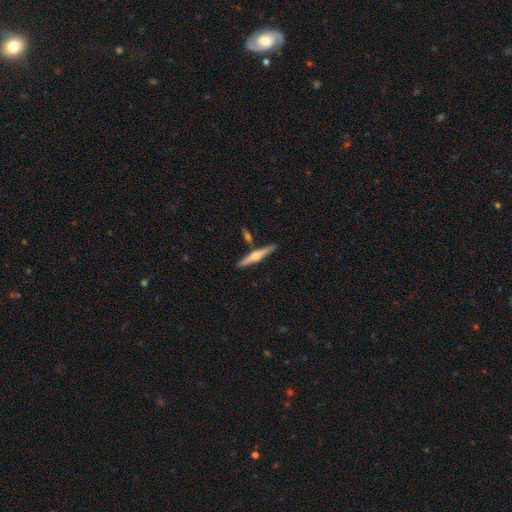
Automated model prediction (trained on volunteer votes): Q: Smooth or featured?
A: featured or disk (72%); runner-up: smooth (23%)
Q: Edge-on disk?
A: yes (98%); runner-up: no (2%)
Q: Edge-on bulge?
A: rounded (92%); runner-up: boxy (5%)
Q: Merging?
A: none (84%); runner-up: minor disturbance (8%)